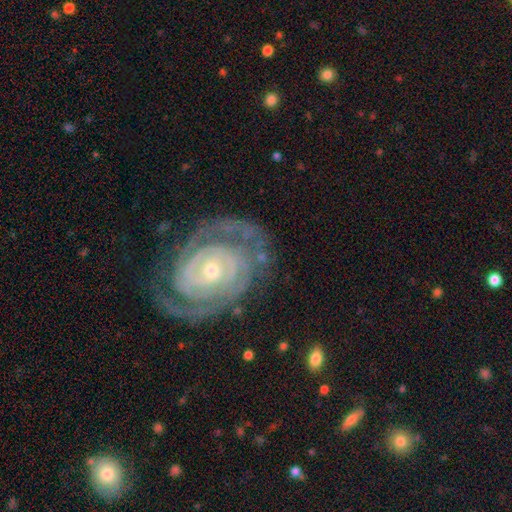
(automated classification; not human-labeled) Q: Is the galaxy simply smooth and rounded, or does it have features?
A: featured or disk — 89%.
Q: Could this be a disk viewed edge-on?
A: no — 97%.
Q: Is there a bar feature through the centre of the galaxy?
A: no — 63%.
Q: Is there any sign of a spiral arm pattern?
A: yes — 96%.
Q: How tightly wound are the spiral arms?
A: tight — 77%.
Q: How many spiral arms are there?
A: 2 — 58%.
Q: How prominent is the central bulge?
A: small — 60%.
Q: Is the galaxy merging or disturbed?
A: none — 74%.